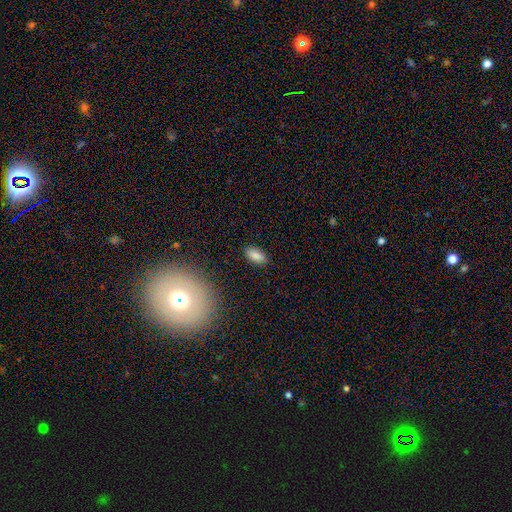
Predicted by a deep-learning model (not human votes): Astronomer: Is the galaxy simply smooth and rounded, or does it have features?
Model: smooth — 86%.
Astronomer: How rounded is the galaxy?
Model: in between — 90%.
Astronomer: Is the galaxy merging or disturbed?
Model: none — 87%.